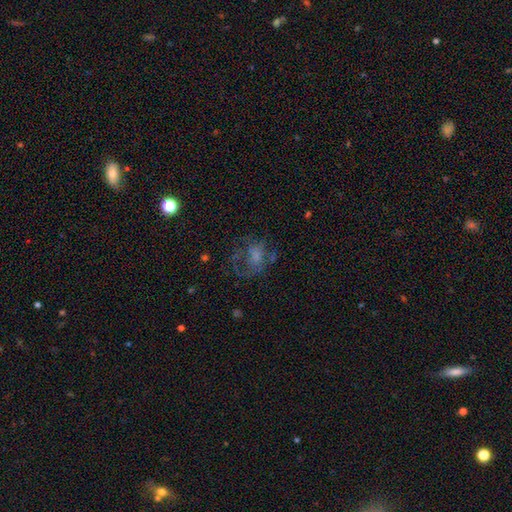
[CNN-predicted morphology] A featured or disk galaxy (43%). Merging: major disturbance (41%).